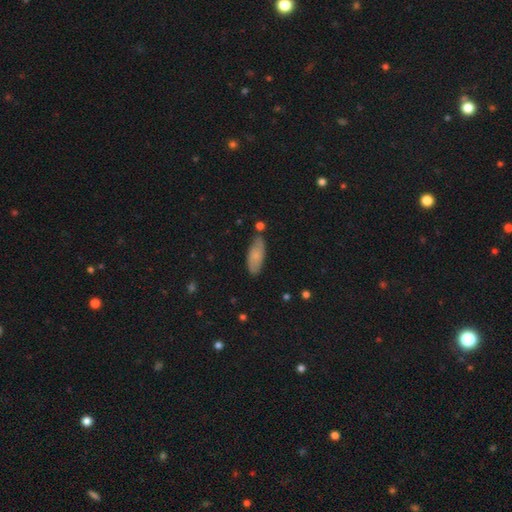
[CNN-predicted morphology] Smooth or featured? smooth (72%)
How rounded? in between (79%)
Merging? none (75%)